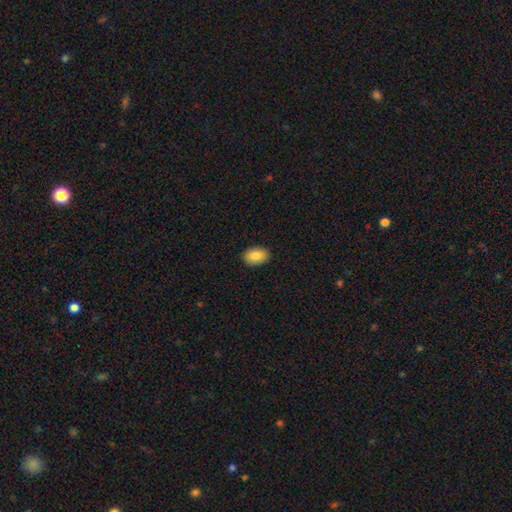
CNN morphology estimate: A smooth galaxy with no disk features (86%) that is in between round and cigar-shaped (87%). Merging: none (89%).